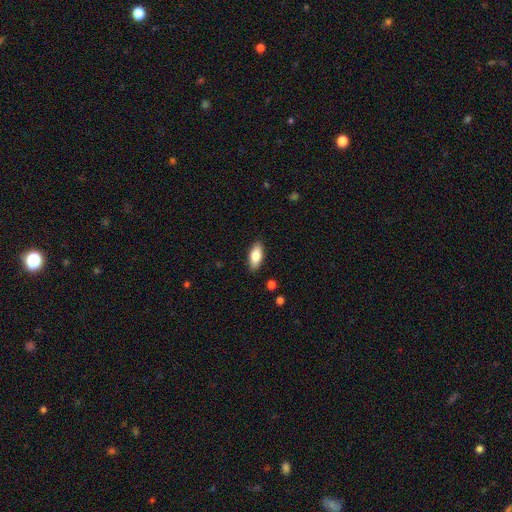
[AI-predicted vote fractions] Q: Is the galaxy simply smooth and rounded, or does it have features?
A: smooth — 82%.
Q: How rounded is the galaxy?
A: in between — 86%.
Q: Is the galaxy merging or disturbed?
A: none — 88%.